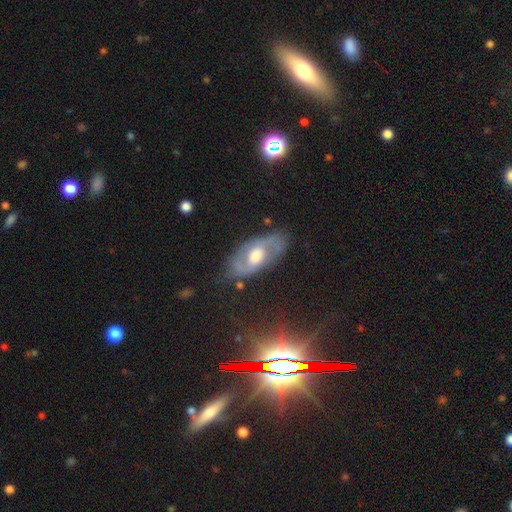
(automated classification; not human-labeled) smooth_or_featured: featured or disk (p=0.73) [alt: smooth p=0.21]
disk_edge_on: no (p=0.88) [alt: yes p=0.12]
bar: no (p=0.54) [alt: weak p=0.36]
has_spiral_arms: yes (p=0.71) [alt: no p=0.29]
bulge_size: moderate (p=0.52) [alt: large p=0.38]
merging: none (p=0.73) [alt: minor disturbance p=0.18]